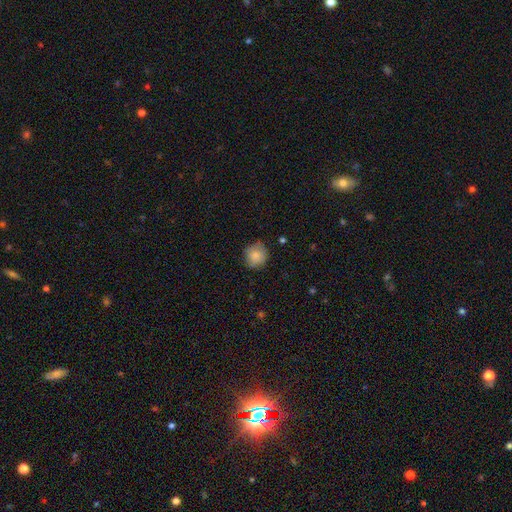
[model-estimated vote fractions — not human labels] The model was most divided on "merging": none: 78%, minor disturbance: 18%, major disturbance: 3%, merger: 1%. More confident: how rounded — round (89%); smooth or featured — smooth (82%).